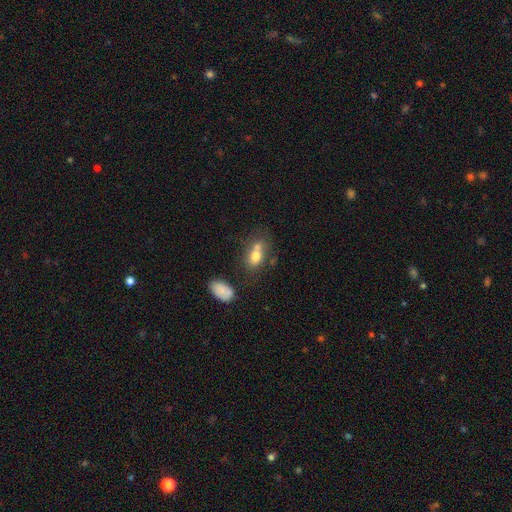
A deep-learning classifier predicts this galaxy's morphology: smooth_or_featured: smooth (p=0.72) [alt: featured or disk p=0.18]
how_rounded: in between (p=0.72) [alt: round p=0.24]
merging: merger (p=0.41) [alt: none p=0.36]